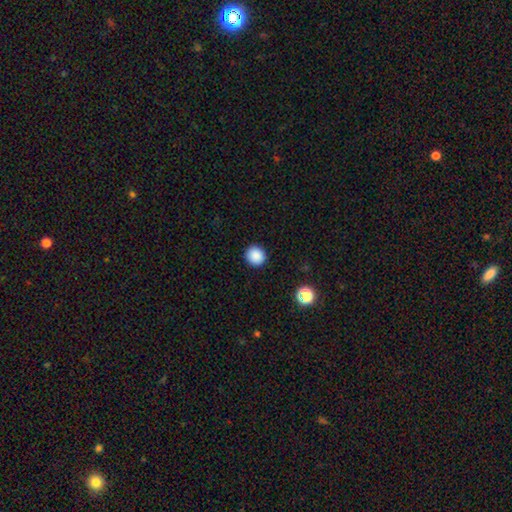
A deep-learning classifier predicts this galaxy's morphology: The model was most divided on "smooth or featured": smooth: 87%, star or artifact: 10%, featured or disk: 3%. More confident: merging — none (92%); how rounded — round (91%).